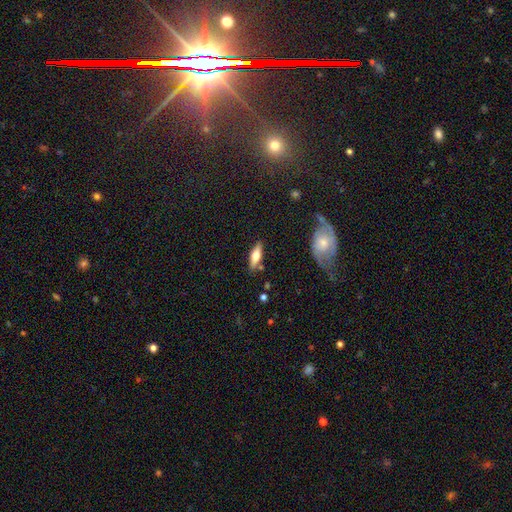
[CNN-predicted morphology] Q: Smooth or featured?
A: smooth (48%); runner-up: featured or disk (46%)
Q: Merging?
A: none (84%); runner-up: minor disturbance (11%)